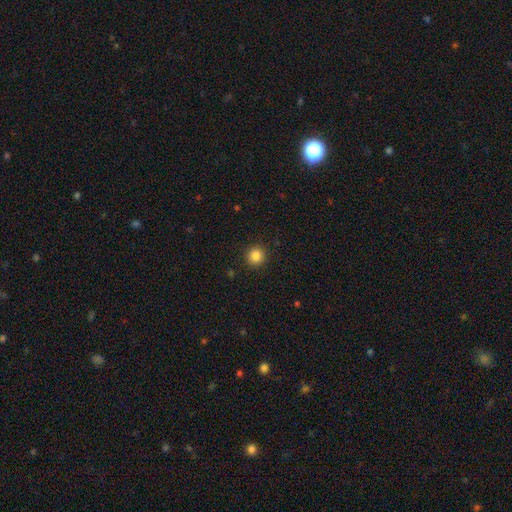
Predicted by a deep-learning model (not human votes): The model was most divided on "smooth or featured": smooth: 85%, star or artifact: 11%, featured or disk: 4%. More confident: how rounded — round (94%); merging — none (92%).